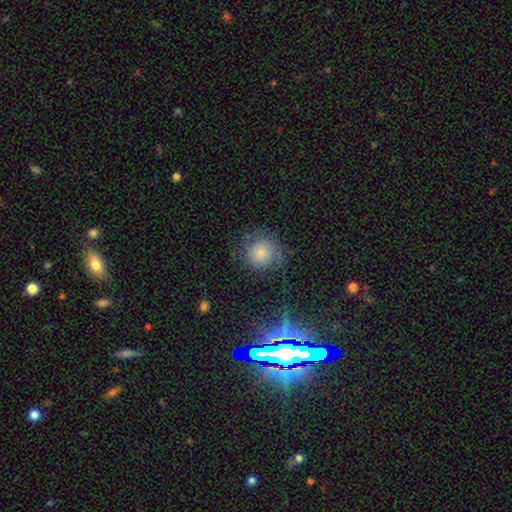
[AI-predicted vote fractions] Smooth or featured? smooth (45%)
Merging? none (75%)